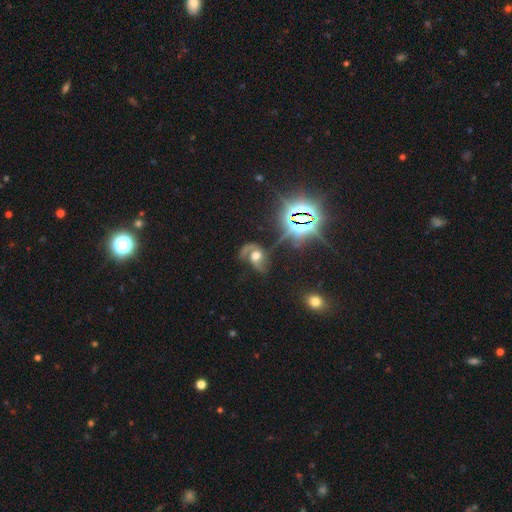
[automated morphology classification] This is likely a featured or disk galaxy (67%). It is clearly not viewed edge-on (96%). Bar: likely no (68%). Spiral arm pattern: clearly yes (87%). Spiral arm count: likely 2 (72%). Spiral winding: possibly loose (52%). Central bulge: possibly moderate (54%). Merging: marginally none (40%).